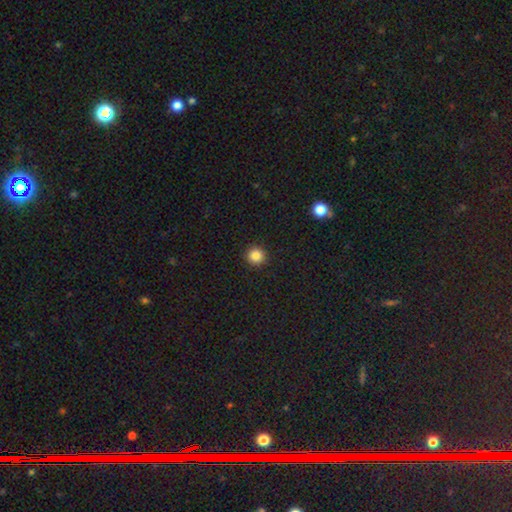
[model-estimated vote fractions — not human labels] Morphology: type=smooth (85%); roundness=round (95%); merging=none (93%).